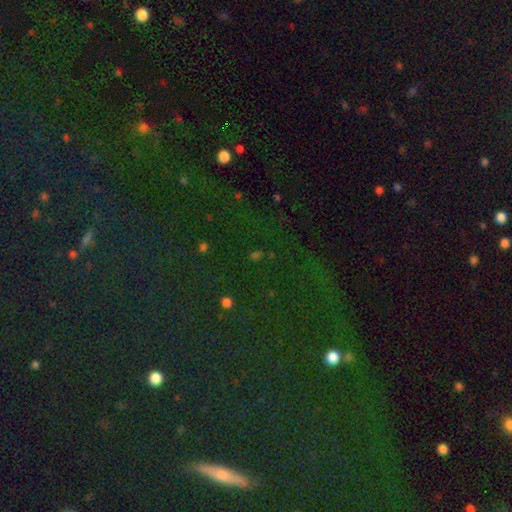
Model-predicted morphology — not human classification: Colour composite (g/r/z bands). It shows a star or artifact, not a galaxy (68%).